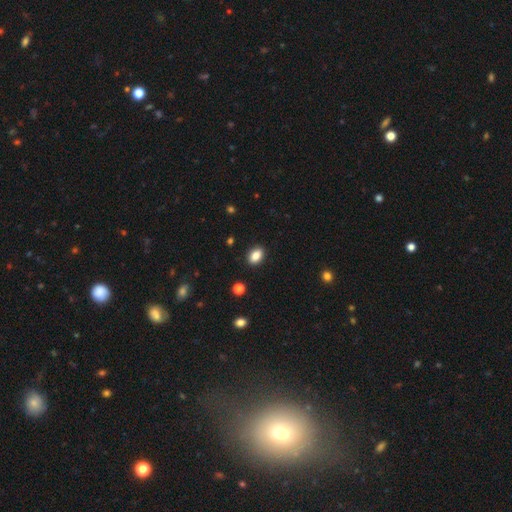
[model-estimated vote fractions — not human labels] Smooth or featured: smooth — 86% (star or artifact — 9%)
How rounded: in between — 84% (round — 14%)
Merging: none — 89% (minor disturbance — 8%)